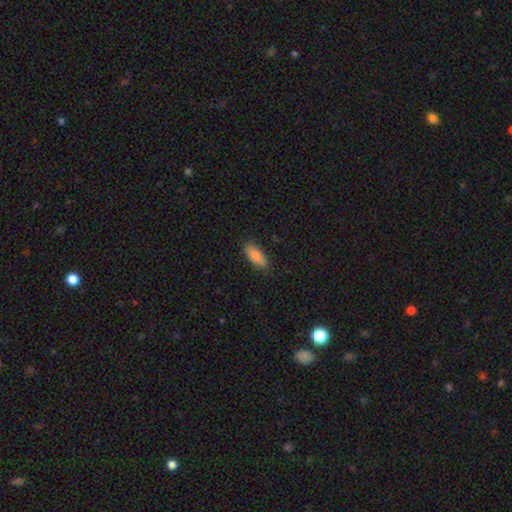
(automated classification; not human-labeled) A smooth galaxy with no disk features (88%) that is in between round and cigar-shaped (75%). Merging: none (84%).